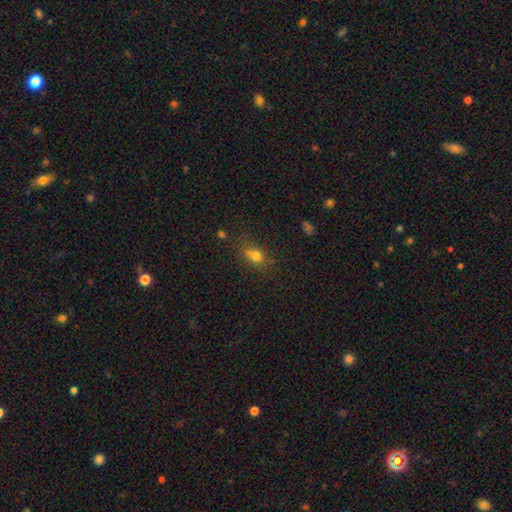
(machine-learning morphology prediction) Smooth or featured: smooth — 71% (star or artifact — 16%)
How rounded: round — 65% (in between — 32%)
Merging: none — 49% (merger — 31%)